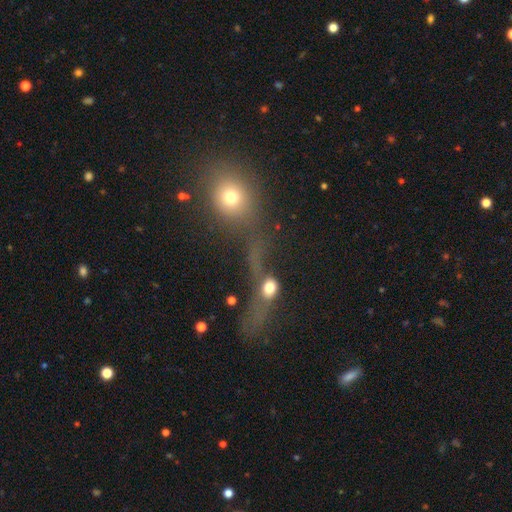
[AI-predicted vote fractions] smooth-or-featured: smooth: 41% | star or artifact: 31% | featured or disk: 27%
  merging: merger: 42% | none: 30% | major disturbance: 17% | minor disturbance: 10%